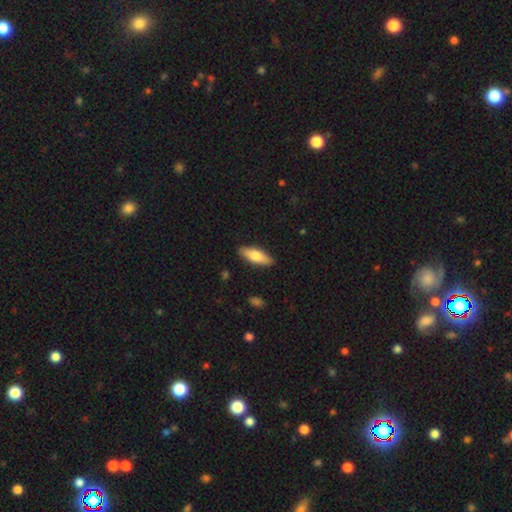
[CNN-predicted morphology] Smooth or featured?
  - smooth: 71% *
  - featured or disk: 24%
  - star or artifact: 5%
How rounded?
  - in between: 59% *
  - cigar-shaped: 39%
  - round: 2%
Merging?
  - none: 89% *
  - minor disturbance: 8%
  - major disturbance: 2%
  - merger: 1%